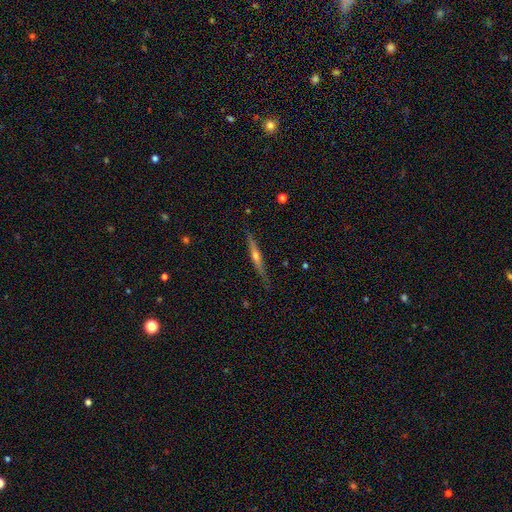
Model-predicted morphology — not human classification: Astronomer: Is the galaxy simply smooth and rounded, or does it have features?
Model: featured or disk — 68%.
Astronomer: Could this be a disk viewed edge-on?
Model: yes — 97%.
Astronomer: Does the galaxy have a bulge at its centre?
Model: rounded — 82%.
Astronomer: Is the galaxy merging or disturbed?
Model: none — 85%.